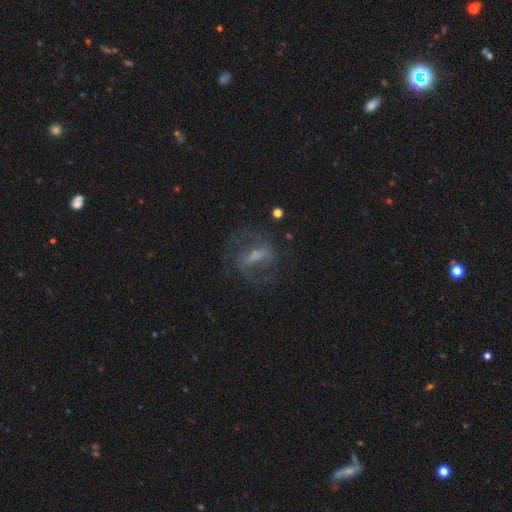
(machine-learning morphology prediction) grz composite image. It shows a featured or disk galaxy (64%) with a strong bar (50%), spiral arms (63%) and a small central bulge (33%, tied with none). Merging: none (60%).